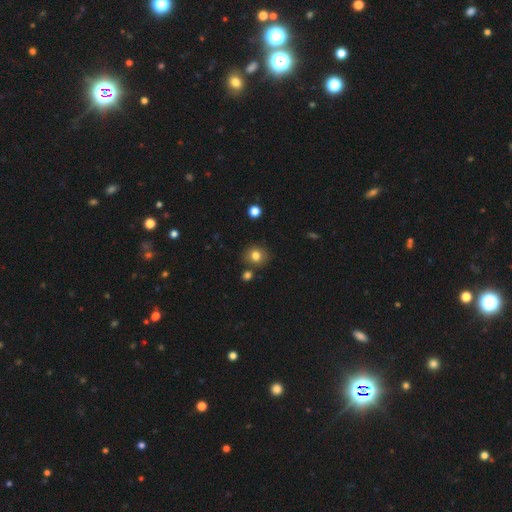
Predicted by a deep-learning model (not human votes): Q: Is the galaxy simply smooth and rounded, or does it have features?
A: smooth — 79%.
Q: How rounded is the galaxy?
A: round — 82%.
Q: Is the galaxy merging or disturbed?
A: none — 81%.